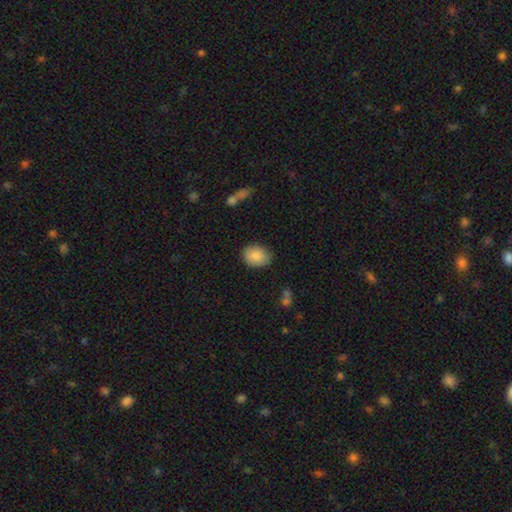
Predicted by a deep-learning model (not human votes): The model was most divided on "how rounded": in between: 52%, round: 47%, cigar-shaped: 1%. More confident: smooth or featured — smooth (88%); merging — none (78%).